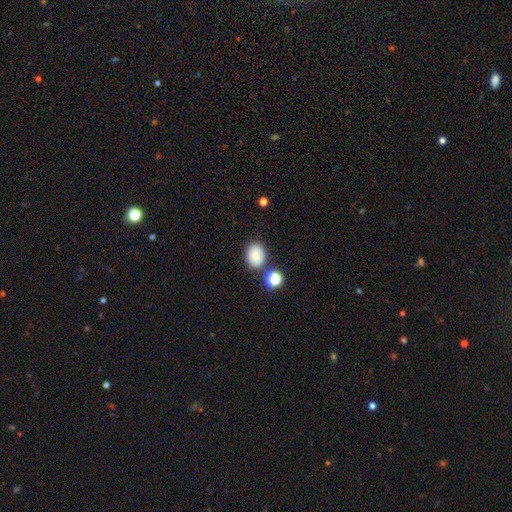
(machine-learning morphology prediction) This appears to be a smooth galaxy with no disk features (84%) that is in between round and cigar-shaped (66%). Merging: none (78%).